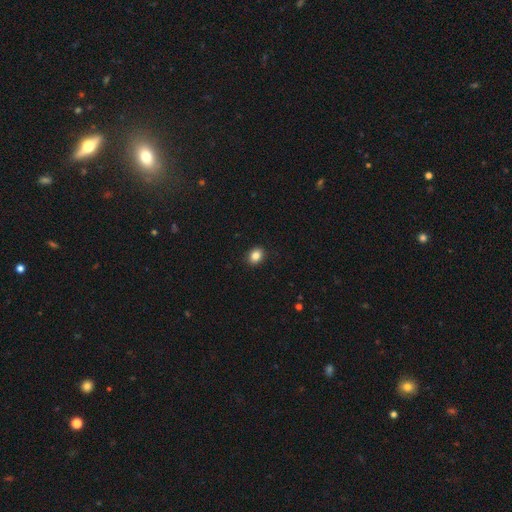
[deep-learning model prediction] Smooth or featured?
  - smooth: 85% *
  - star or artifact: 10%
  - featured or disk: 5%
How rounded?
  - in between: 51% *
  - round: 48%
  - cigar-shaped: 1%
Merging?
  - none: 91% *
  - minor disturbance: 7%
  - major disturbance: 2%
  - merger: 1%